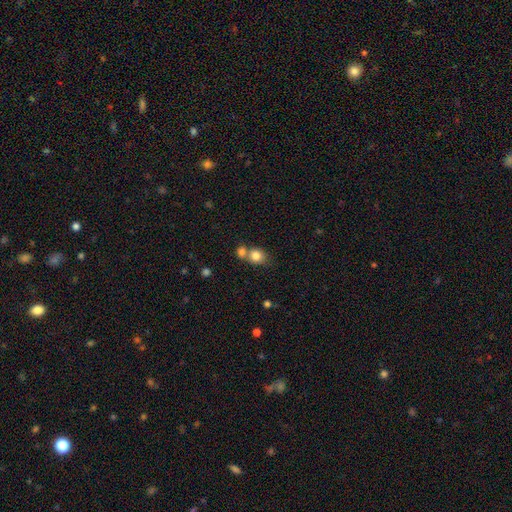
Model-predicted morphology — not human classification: Overall: smooth (82%). How rounded: round (68%; in between 31%). Merging: merger (45%; none 42%).